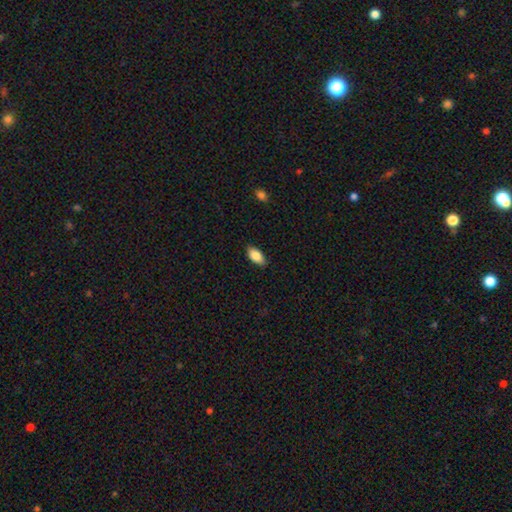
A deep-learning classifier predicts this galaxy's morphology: Smooth or featured? smooth (84%)
How rounded? in between (90%)
Merging? none (87%)